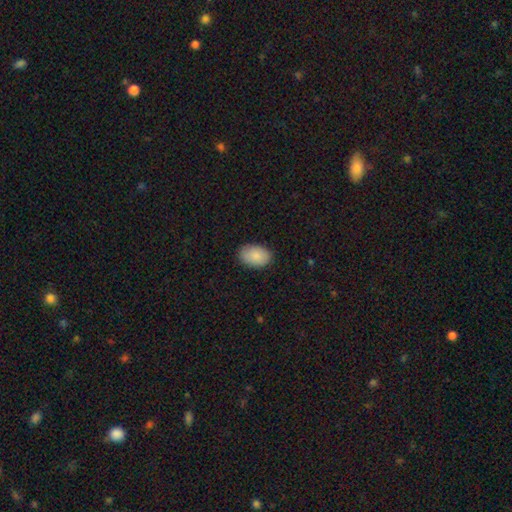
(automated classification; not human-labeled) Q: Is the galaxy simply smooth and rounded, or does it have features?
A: smooth — 89%.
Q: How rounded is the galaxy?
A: in between — 89%.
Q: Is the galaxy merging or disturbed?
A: none — 86%.